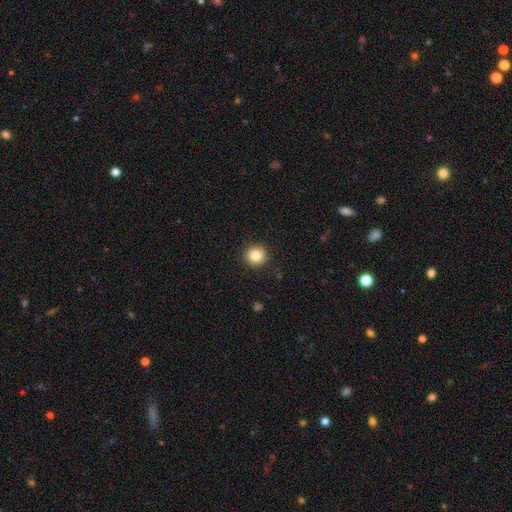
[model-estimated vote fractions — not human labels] This appears to be a smooth galaxy with no disk features (83%) that is round (93%). Merging: none (92%).